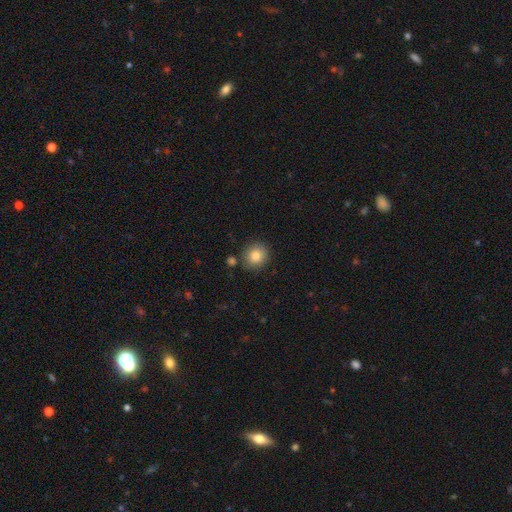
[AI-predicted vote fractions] smooth-or-featured: smooth: 85% | star or artifact: 9% | featured or disk: 6%
  how-rounded: round: 89% | in between: 10% | cigar-shaped: 1%
  merging: none: 84% | minor disturbance: 9% | merger: 5% | major disturbance: 2%